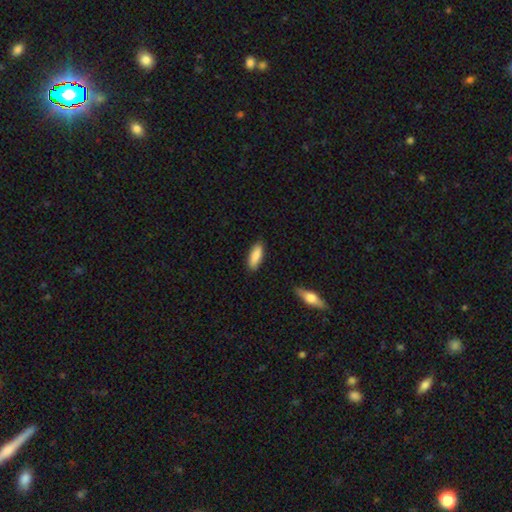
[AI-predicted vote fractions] Smooth or featured? Predicted: smooth (p=0.85). How rounded? Predicted: in between (p=0.68). Merging? Predicted: none (p=0.86).